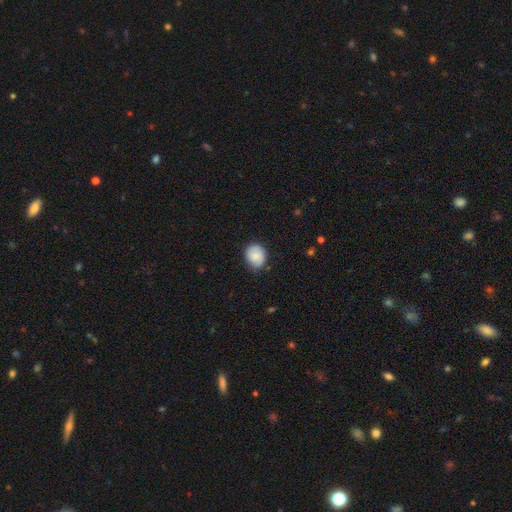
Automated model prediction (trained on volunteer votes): Smooth or featured? Predicted: smooth (p=0.83). How rounded? Predicted: round (p=0.53). Merging? Predicted: none (p=0.78).